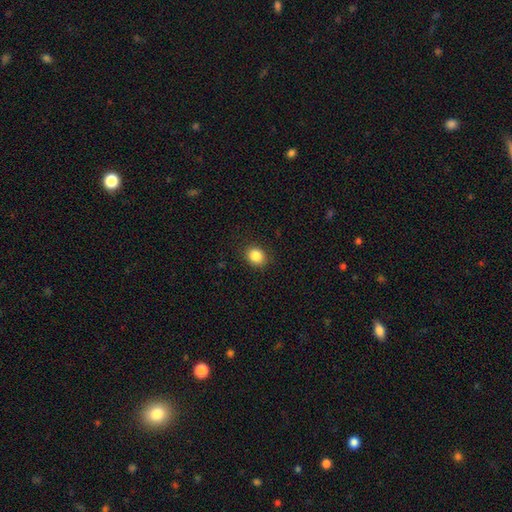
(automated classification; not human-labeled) smooth_or_featured: smooth (p=0.86) [alt: star or artifact p=0.10]
how_rounded: round (p=0.68) [alt: in between p=0.32]
merging: none (p=0.89) [alt: minor disturbance p=0.08]